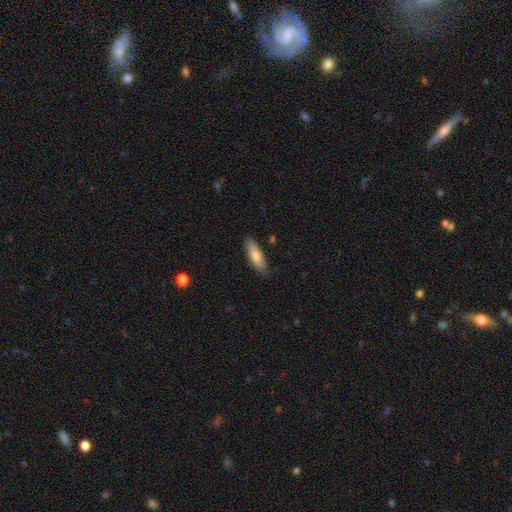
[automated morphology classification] A smooth galaxy with no disk features (79%) that is cigar-shaped (51%).

Vote fractions:
- Smooth or featured? smooth: 79% / featured or disk: 16% / star or artifact: 6%
- How rounded? cigar-shaped: 51% / in between: 47% / round: 2%
- Merging? none: 86% / minor disturbance: 11% / major disturbance: 2% / merger: 1%